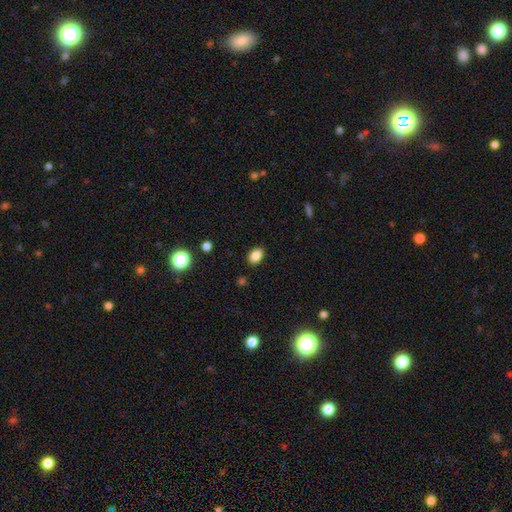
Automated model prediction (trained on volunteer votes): The model was most divided on "how rounded": in between: 82%, round: 17%, cigar-shaped: 1%. More confident: merging — none (88%); smooth or featured — smooth (85%).